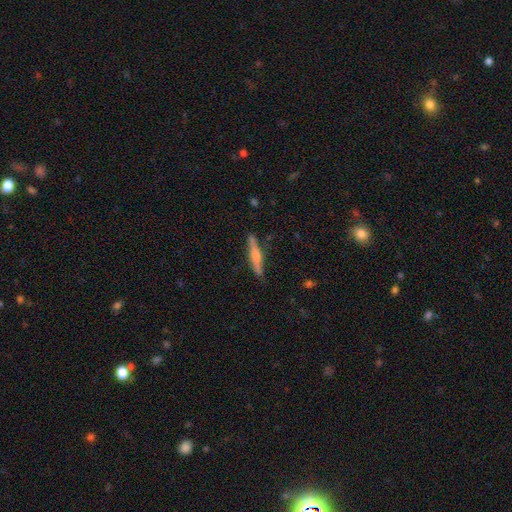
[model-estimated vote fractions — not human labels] smooth-or-featured: featured or disk: 54% | smooth: 40% | star or artifact: 6%
  disk-edge-on: yes: 96% | no: 4%
    edge-on-bulge: rounded: 77% | boxy: 13% | none: 10%
  merging: none: 85% | minor disturbance: 11% | major disturbance: 2% | merger: 2%